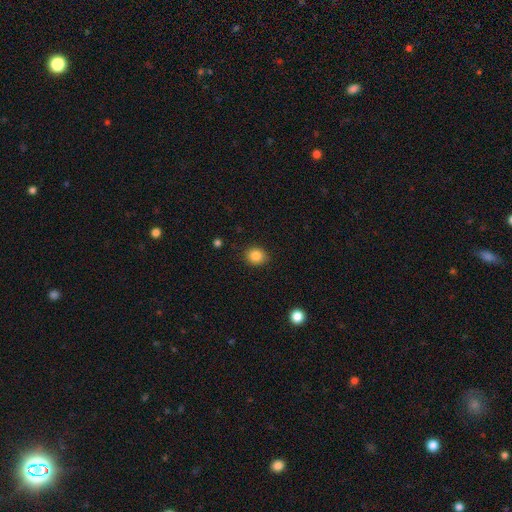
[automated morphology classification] A smooth galaxy with no disk features (86%) that is round (68%).

Vote fractions:
- Smooth or featured? smooth: 86% / star or artifact: 10% / featured or disk: 4%
- How rounded? round: 68% / in between: 31% / cigar-shaped: 1%
- Merging? none: 87% / minor disturbance: 10% / major disturbance: 2% / merger: 1%